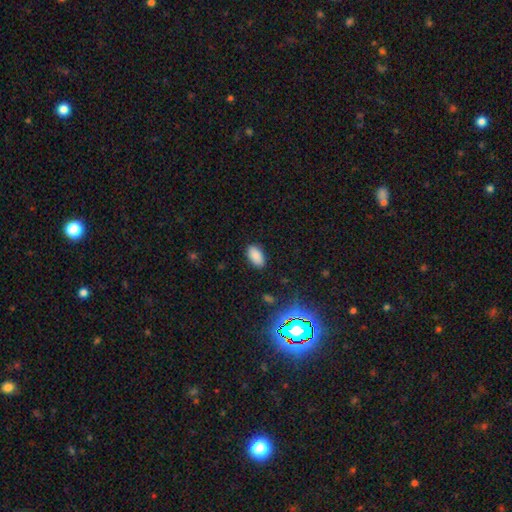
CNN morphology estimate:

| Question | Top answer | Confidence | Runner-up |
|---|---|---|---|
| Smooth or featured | smooth | 85% | star or artifact (10%) |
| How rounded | in between | 94% | round (4%) |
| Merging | none | 86% | minor disturbance (10%) |